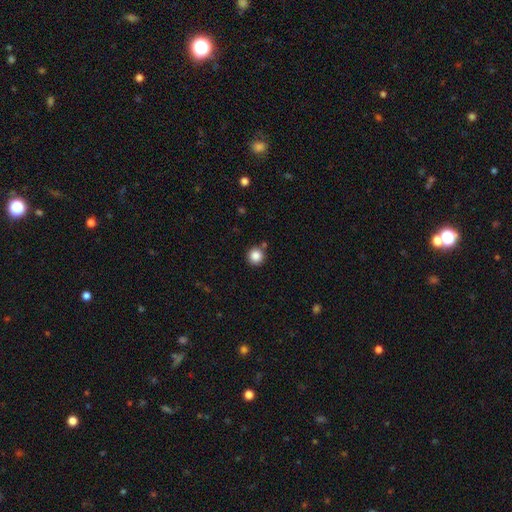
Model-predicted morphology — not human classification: Smooth or featured?
  - smooth: 86% *
  - star or artifact: 10%
  - featured or disk: 4%
How rounded?
  - round: 95% *
  - in between: 4%
  - cigar-shaped: 1%
Merging?
  - none: 85% *
  - minor disturbance: 7%
  - merger: 6%
  - major disturbance: 2%